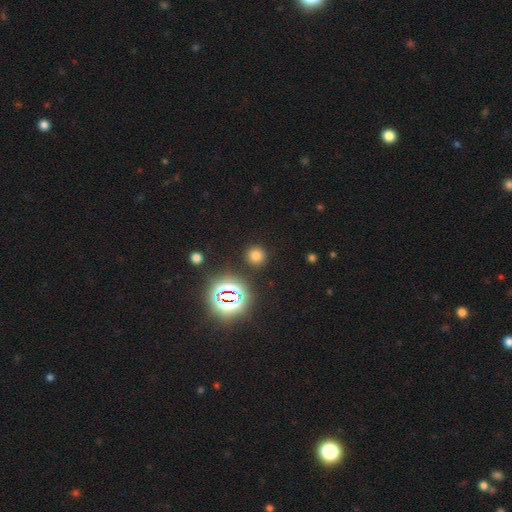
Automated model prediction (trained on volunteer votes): The model was most divided on "smooth or featured": smooth: 70%, star or artifact: 24%, featured or disk: 6%. More confident: how rounded — round (91%); merging — none (88%).